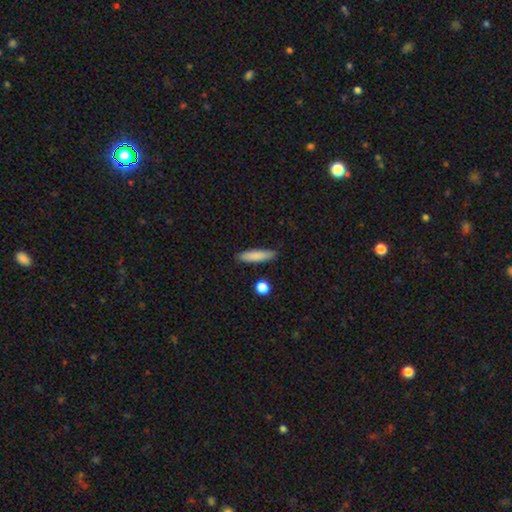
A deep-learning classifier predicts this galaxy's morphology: A smooth galaxy with no disk features (83%) that is cigar-shaped (77%).

Vote fractions:
- Smooth or featured? smooth: 83% / featured or disk: 10% / star or artifact: 7%
- How rounded? cigar-shaped: 77% / in between: 21% / round: 2%
- Merging? none: 87% / minor disturbance: 9% / merger: 2% / major disturbance: 2%